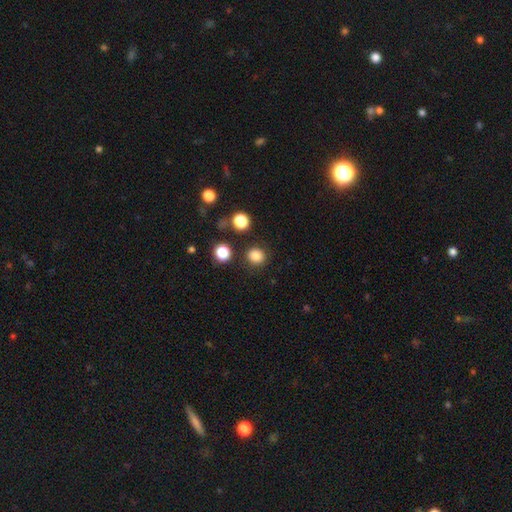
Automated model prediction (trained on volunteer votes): Smooth or featured?
  - smooth: 83% *
  - star or artifact: 12%
  - featured or disk: 4%
How rounded?
  - round: 87% *
  - in between: 12%
  - cigar-shaped: 1%
Merging?
  - none: 87% *
  - minor disturbance: 7%
  - merger: 3%
  - major disturbance: 3%